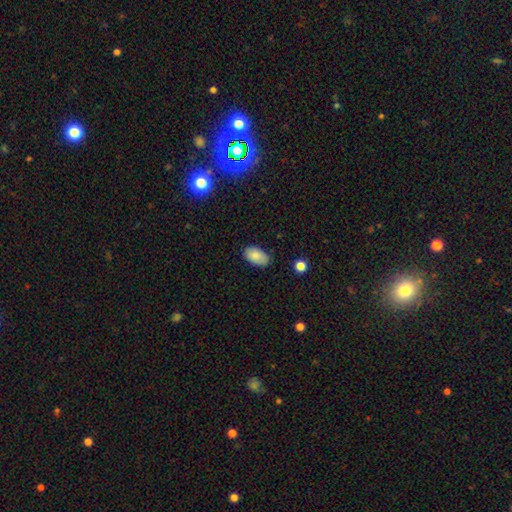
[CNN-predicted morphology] Smooth or featured? Predicted: smooth (p=0.86). How rounded? Predicted: in between (p=0.93). Merging? Predicted: none (p=0.80).